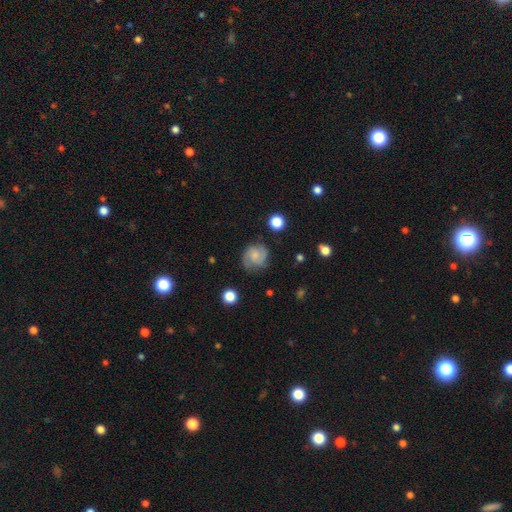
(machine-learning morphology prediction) This is likely a featured or disk galaxy (62%). It is clearly not viewed edge-on (98%). Bar: likely no (67%). Spiral arm pattern: clearly yes (93%). Spiral arm count: likely 2 (61%). Spiral winding: marginally medium (43%, tied with tight). Central bulge: possibly small (48%). Merging: likely none (71%).